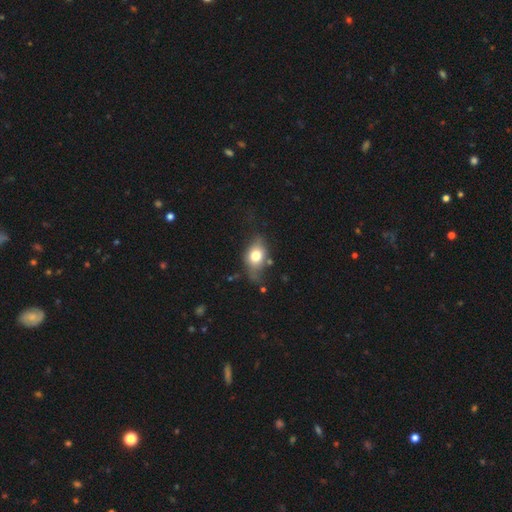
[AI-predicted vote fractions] Smooth or featured? Predicted: smooth (p=0.70). How rounded? Predicted: in between (p=0.73). Merging? Predicted: none (p=0.49).